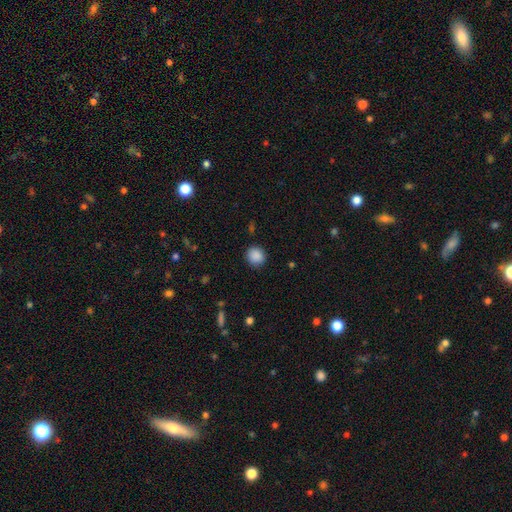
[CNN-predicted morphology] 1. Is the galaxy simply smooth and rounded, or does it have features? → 88% smooth, 9% star or artifact, 3% featured or disk.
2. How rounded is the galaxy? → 85% round, 14% in between, 1% cigar-shaped.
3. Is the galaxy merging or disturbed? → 88% none, 8% minor disturbance, 2% major disturbance, 1% merger.